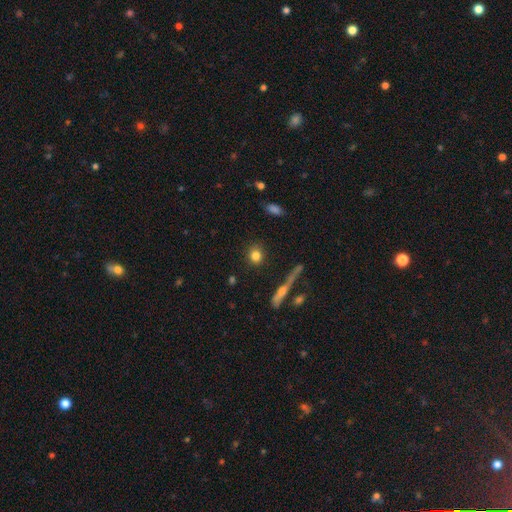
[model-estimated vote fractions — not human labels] Morphology: type=smooth (82%); roundness=round (80%); merging=none (88%).